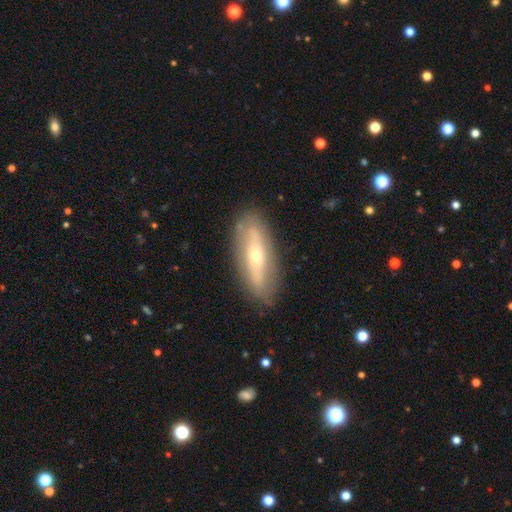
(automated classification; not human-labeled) Smooth or featured? featured or disk (57%)
Edge-on disk? no (62%)
Merging? none (84%)